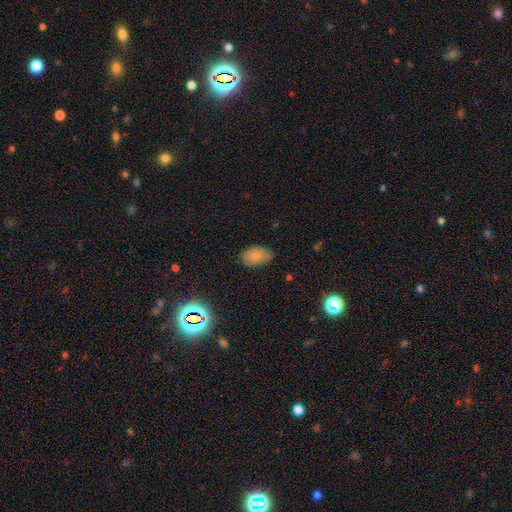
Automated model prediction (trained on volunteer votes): Q: Smooth or featured?
A: smooth (82%); runner-up: star or artifact (9%)
Q: How rounded?
A: in between (91%); runner-up: round (7%)
Q: Merging?
A: none (80%); runner-up: minor disturbance (16%)